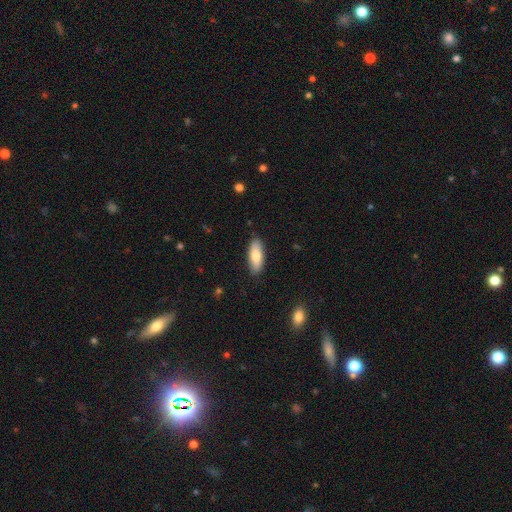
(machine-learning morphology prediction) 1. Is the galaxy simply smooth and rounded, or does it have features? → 79% smooth, 15% featured or disk, 6% star or artifact.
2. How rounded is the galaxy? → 75% in between, 23% cigar-shaped, 2% round.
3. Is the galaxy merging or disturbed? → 88% none, 9% minor disturbance, 2% major disturbance, 1% merger.